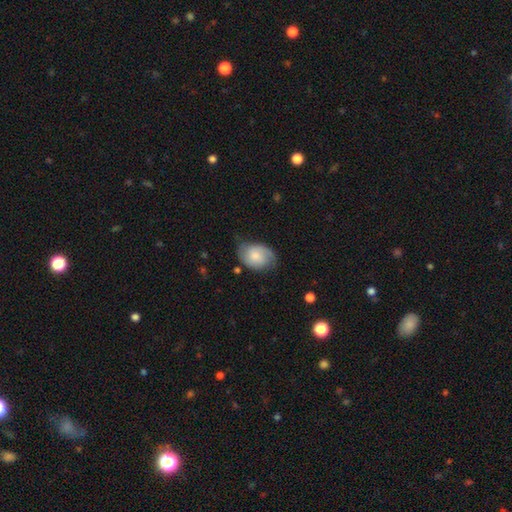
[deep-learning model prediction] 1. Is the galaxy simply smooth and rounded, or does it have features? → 53% smooth, 40% featured or disk, 7% star or artifact.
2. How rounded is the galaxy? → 73% in between, 26% round, 1% cigar-shaped.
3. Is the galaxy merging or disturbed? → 58% none, 31% minor disturbance, 9% major disturbance, 2% merger.